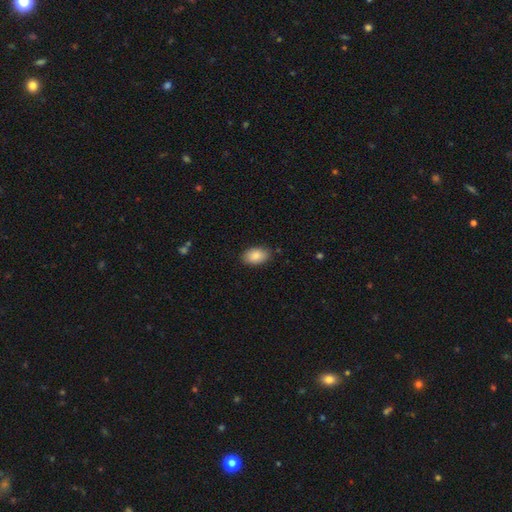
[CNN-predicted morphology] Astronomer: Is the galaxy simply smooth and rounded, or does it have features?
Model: smooth — 87%.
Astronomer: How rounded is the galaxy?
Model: in between — 92%.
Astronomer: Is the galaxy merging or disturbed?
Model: none — 85%.